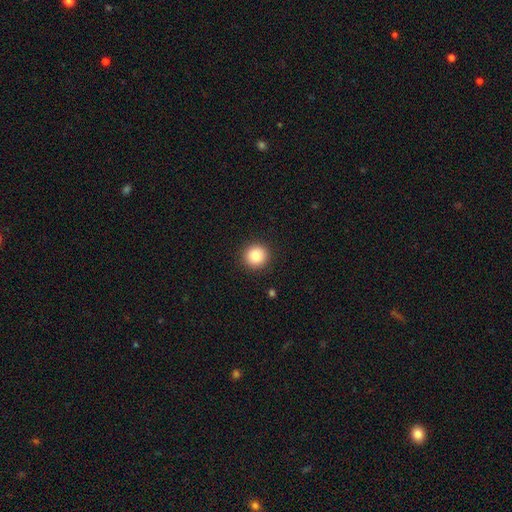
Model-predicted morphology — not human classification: This appears to be a smooth galaxy with no disk features (85%) that is round (93%). Merging: none (92%).